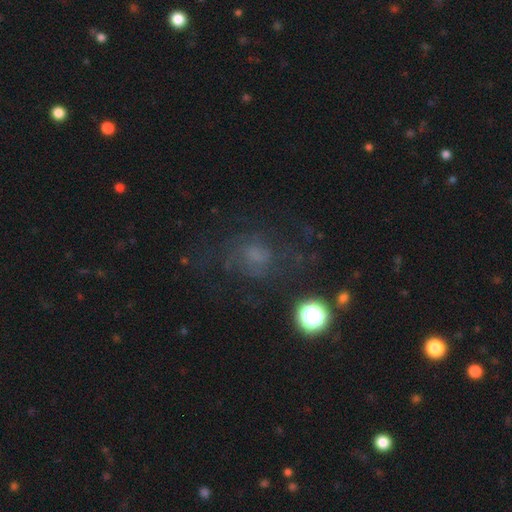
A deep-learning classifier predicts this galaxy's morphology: Q: Smooth or featured?
A: featured or disk (38%); runner-up: smooth (37%)
Q: Merging?
A: none (56%); runner-up: major disturbance (23%)